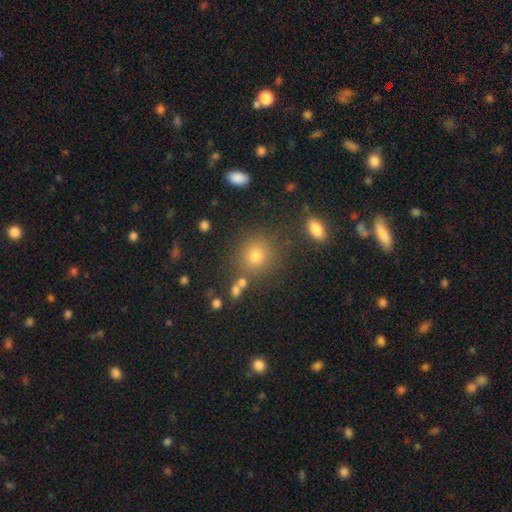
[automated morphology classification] Smooth or featured? Predicted: smooth (p=0.73). How rounded? Predicted: round (p=0.85). Merging? Predicted: none (p=0.80).